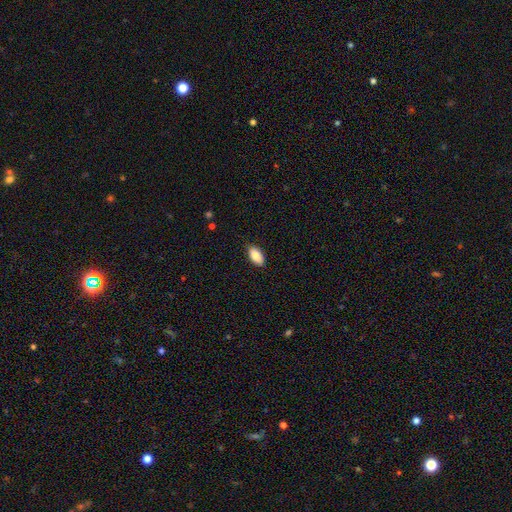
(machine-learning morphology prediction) A smooth galaxy with no disk features (88%) that is in between round and cigar-shaped (94%).

Vote fractions:
- Smooth or featured? smooth: 88% / star or artifact: 7% / featured or disk: 5%
- How rounded? in between: 94% / round: 3% / cigar-shaped: 3%
- Merging? none: 86% / minor disturbance: 11% / major disturbance: 2% / merger: 1%